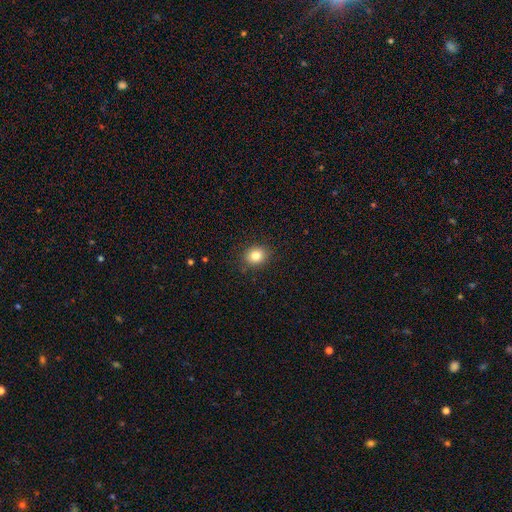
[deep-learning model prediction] Smooth or featured: smooth — 82% (star or artifact — 11%)
How rounded: round — 71% (in between — 28%)
Merging: none — 88% (minor disturbance — 8%)